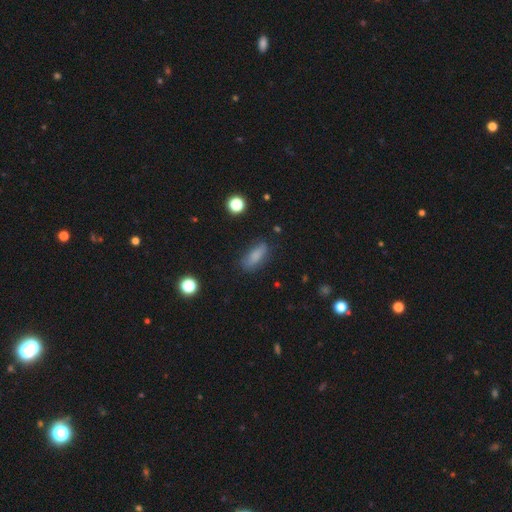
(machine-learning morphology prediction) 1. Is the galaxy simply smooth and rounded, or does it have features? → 78% smooth, 12% featured or disk, 10% star or artifact.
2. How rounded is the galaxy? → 66% in between, 30% cigar-shaped, 4% round.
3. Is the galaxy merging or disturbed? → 75% none, 18% minor disturbance, 5% major disturbance, 2% merger.